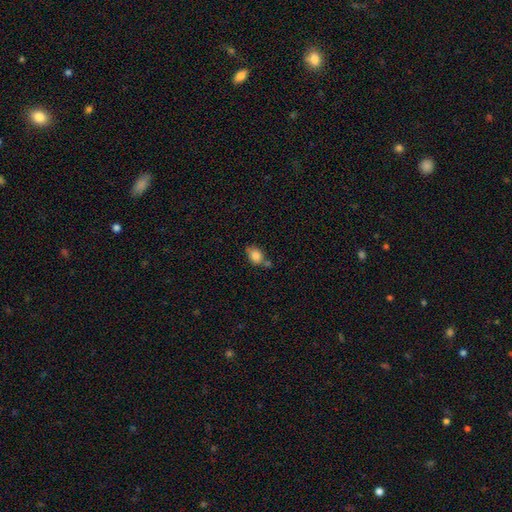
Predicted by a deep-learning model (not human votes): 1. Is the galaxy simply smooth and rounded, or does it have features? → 84% smooth, 9% star or artifact, 7% featured or disk.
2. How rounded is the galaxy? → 62% in between, 37% round, 1% cigar-shaped.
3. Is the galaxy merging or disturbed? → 54% none, 21% merger, 20% minor disturbance, 5% major disturbance.